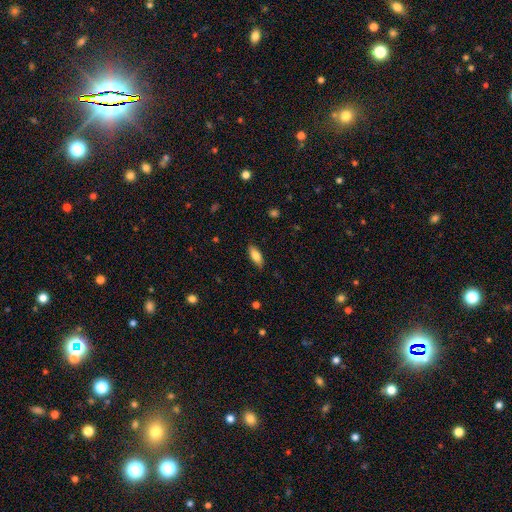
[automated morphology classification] Smooth or featured: smooth — 82% (featured or disk — 12%)
How rounded: in between — 78% (cigar-shaped — 20%)
Merging: none — 86% (minor disturbance — 11%)